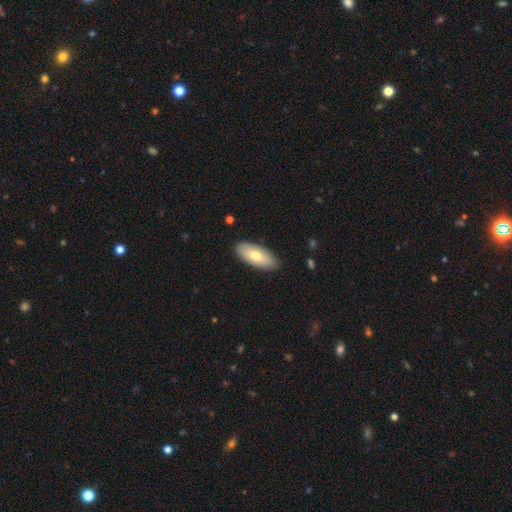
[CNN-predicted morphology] smooth 72%, featured or disk 23%, star or artifact 5%. Down the decision tree: how rounded — in between (86%); merging — none (87%).